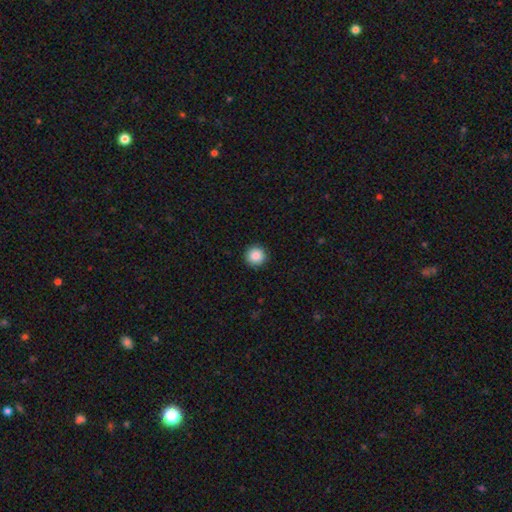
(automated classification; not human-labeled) Smooth or featured: smooth — 88% (star or artifact — 9%)
How rounded: round — 96% (in between — 3%)
Merging: none — 93% (minor disturbance — 5%)